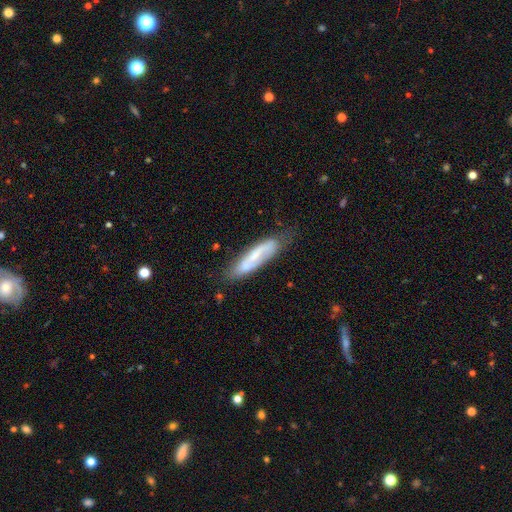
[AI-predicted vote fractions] Overall: featured or disk (50%; smooth 43%). Edge-on disk: no (69%; yes 31%). Merging: none (62%; minor disturbance 26%).